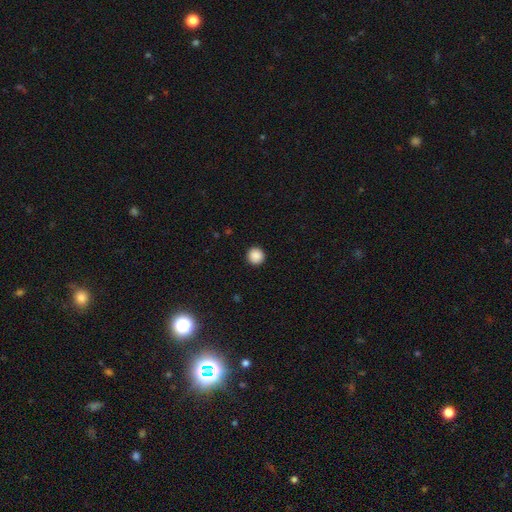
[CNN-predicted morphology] A smooth galaxy with no disk features (88%) that is round (94%). Merging: none (93%).